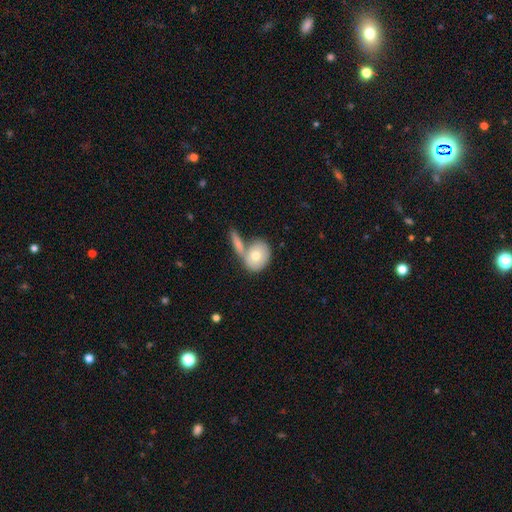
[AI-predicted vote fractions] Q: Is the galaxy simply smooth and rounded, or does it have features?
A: smooth — 70%.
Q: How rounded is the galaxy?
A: in between — 54%.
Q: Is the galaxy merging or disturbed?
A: none — 43%.